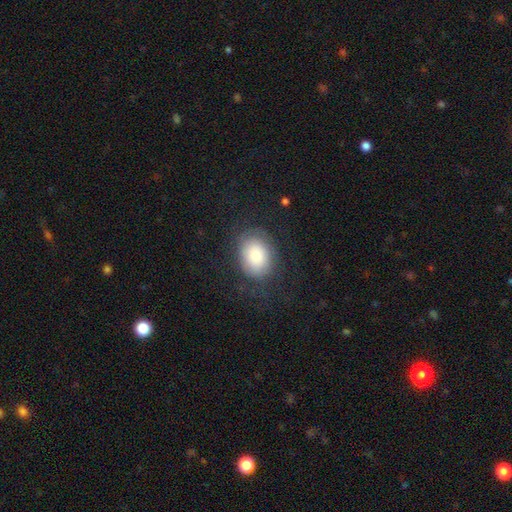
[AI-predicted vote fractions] Smooth or featured? Predicted: smooth (p=0.76). How rounded? Predicted: in between (p=0.72). Merging? Predicted: none (p=0.66).